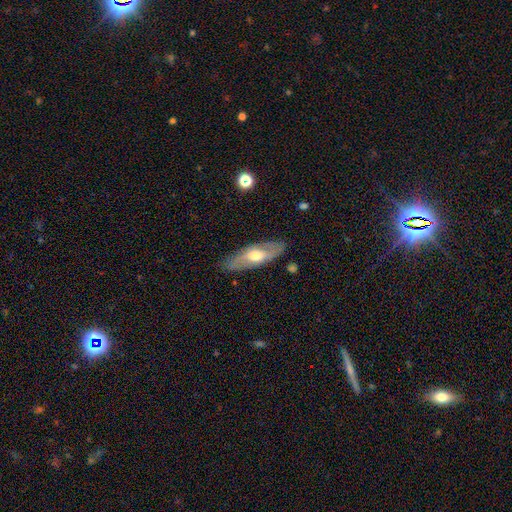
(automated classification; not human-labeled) A featured or disk galaxy (55%).

Vote fractions:
- Smooth or featured? featured or disk: 55% / smooth: 39% / star or artifact: 6%
- Edge-on disk? no: 65% / yes: 35%
- Merging? none: 83% / minor disturbance: 12% / major disturbance: 3% / merger: 1%